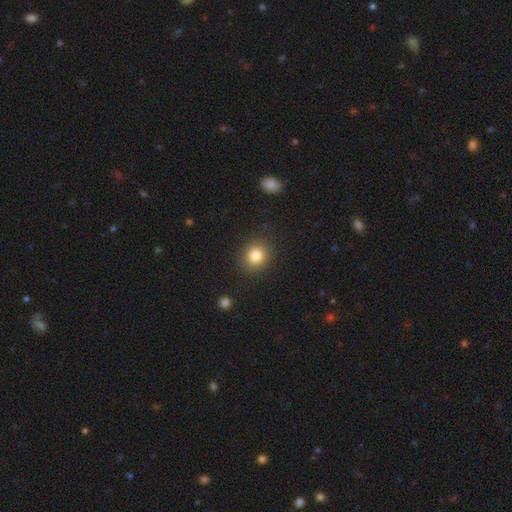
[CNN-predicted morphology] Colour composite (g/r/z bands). It shows a smooth galaxy with no disk features (82%) that is round (79%). Merging: none (89%).